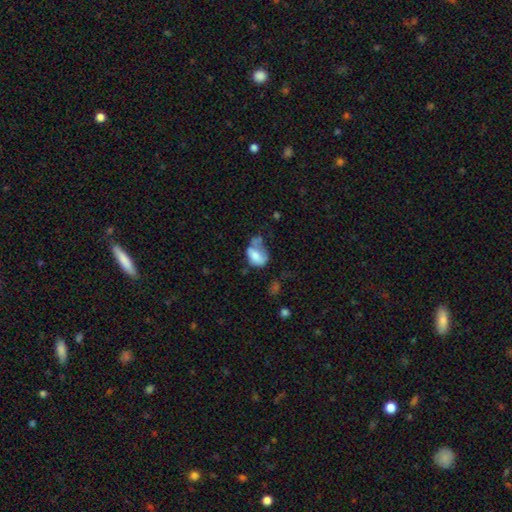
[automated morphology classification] Smooth or featured? smooth (65%)
How rounded? in between (74%)
Merging? major disturbance (29%)